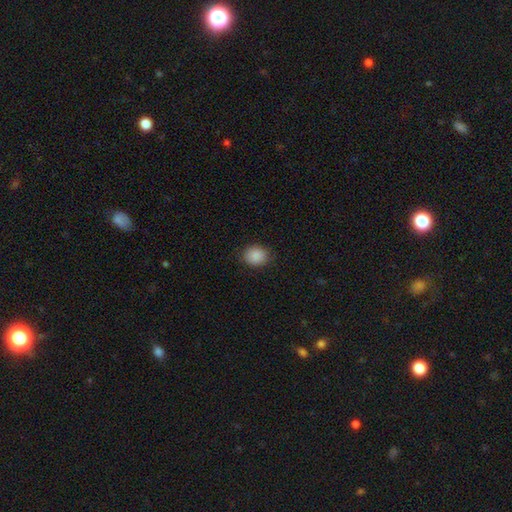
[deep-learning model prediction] This appears to be a smooth galaxy with no disk features (88%) that is round (60%). Merging: none (86%).